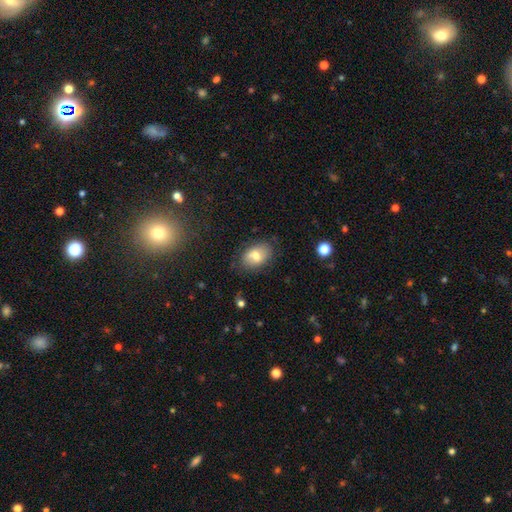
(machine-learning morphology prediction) smooth 69%, featured or disk 22%, star or artifact 9%. Down the decision tree: how rounded — in between (86%); merging — none (74%).